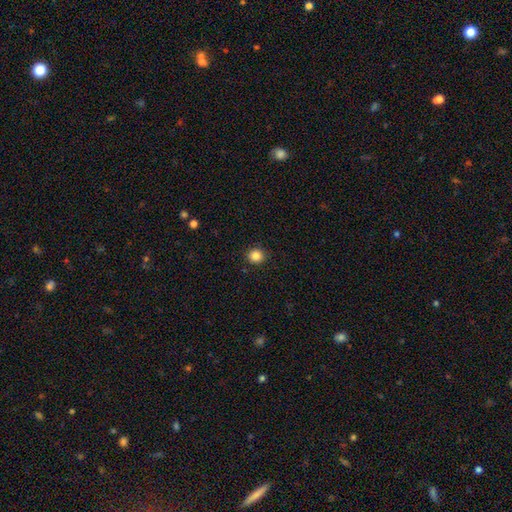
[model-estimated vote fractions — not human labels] Overall: smooth (85%). How rounded: round (92%). Merging: none (92%).